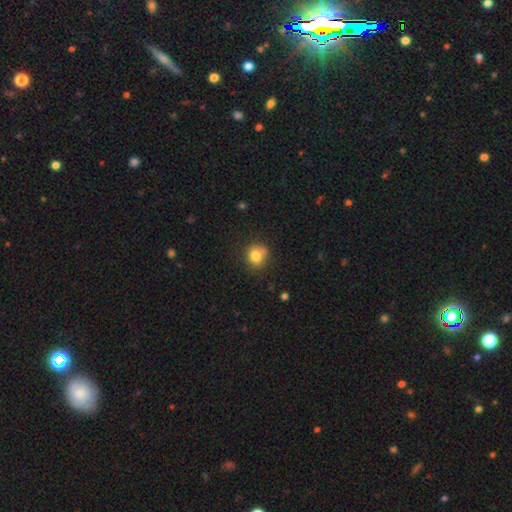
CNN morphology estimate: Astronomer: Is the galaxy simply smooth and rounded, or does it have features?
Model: smooth — 81%.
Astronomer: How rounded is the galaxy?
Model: round — 77%.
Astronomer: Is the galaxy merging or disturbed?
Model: none — 64%.